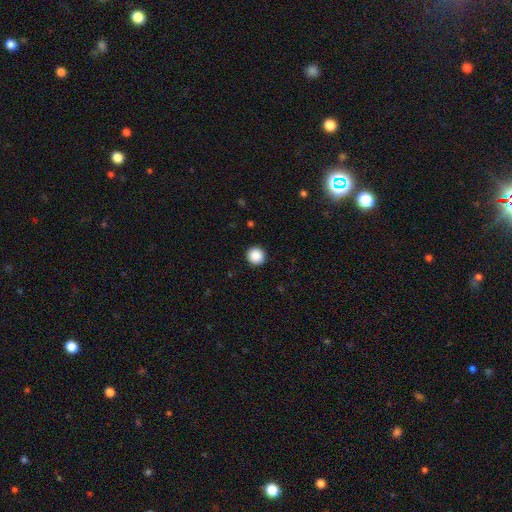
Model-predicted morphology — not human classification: Smooth or featured? smooth (89%)
How rounded? round (95%)
Merging? none (93%)